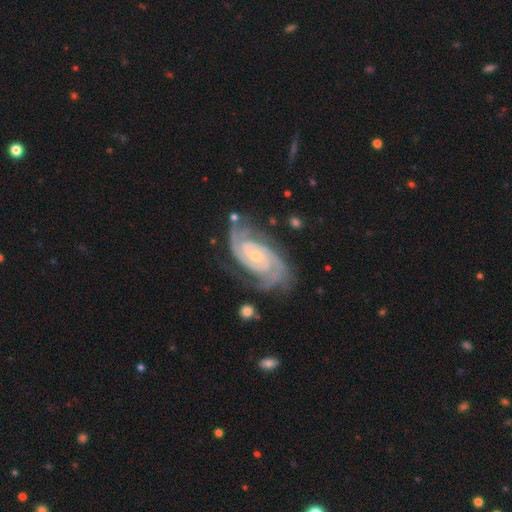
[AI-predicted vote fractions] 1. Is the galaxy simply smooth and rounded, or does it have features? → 93% featured or disk, 4% star or artifact, 3% smooth.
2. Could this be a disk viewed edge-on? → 97% no, 3% yes.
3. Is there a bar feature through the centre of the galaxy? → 62% no, 27% weak, 11% strong.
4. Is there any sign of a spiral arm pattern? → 99% yes, 1% no.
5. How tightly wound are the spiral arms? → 72% tight, 25% medium, 3% loose.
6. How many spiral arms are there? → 69% 2, 15% 3, 5% can't tell, 5% 4, 3% more than 4, 3% 1.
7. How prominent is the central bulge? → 69% small, 26% moderate, 2% none, 1% large, 1% dominant.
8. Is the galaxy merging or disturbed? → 73% none, 18% minor disturbance, 6% major disturbance, 2% merger.